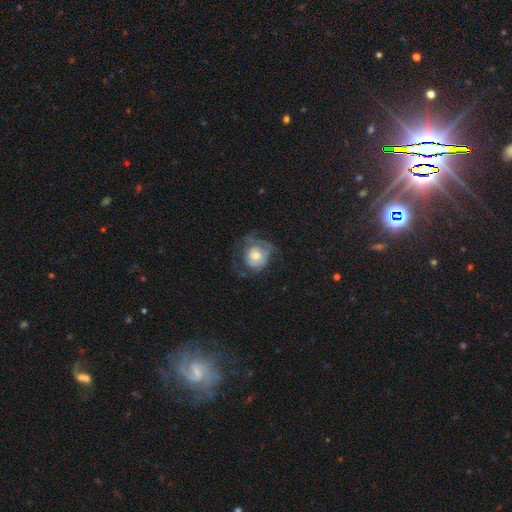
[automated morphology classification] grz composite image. It shows a featured or disk galaxy (57%) with no bar (80%), spiral arms (71%) and a moderate central bulge (61%). Merging: none (47%).